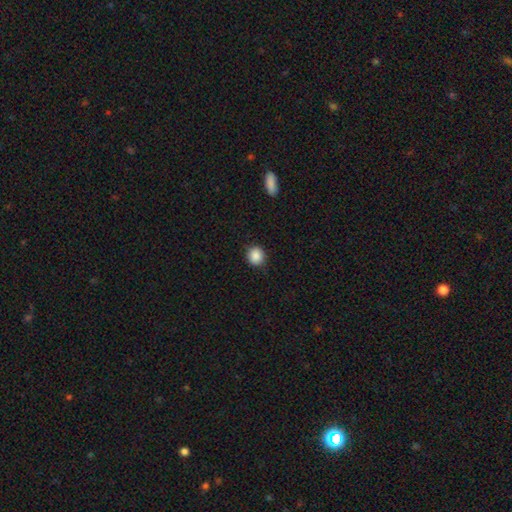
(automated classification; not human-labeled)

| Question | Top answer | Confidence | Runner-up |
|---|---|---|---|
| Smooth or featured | smooth | 88% | star or artifact (9%) |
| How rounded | round | 88% | in between (11%) |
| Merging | none | 87% | minor disturbance (10%) |